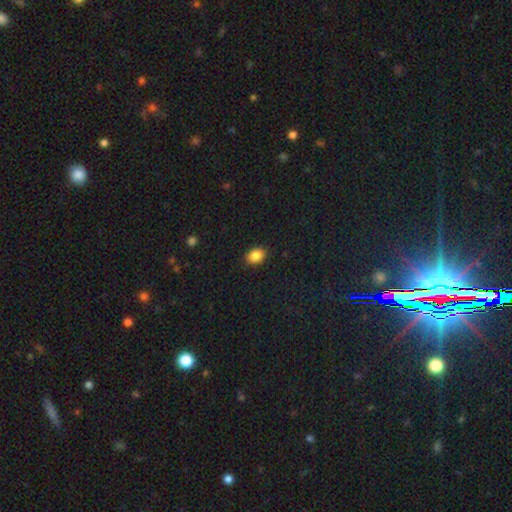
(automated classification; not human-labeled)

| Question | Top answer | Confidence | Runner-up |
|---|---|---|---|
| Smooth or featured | smooth | 86% | star or artifact (9%) |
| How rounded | in between | 72% | round (27%) |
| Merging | none | 89% | minor disturbance (8%) |